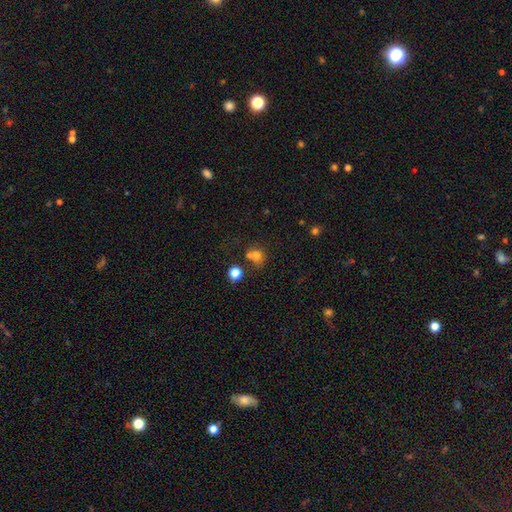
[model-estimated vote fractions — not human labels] smooth-or-featured: smooth: 72% | star or artifact: 17% | featured or disk: 11%
  how-rounded: round: 79% | in between: 20% | cigar-shaped: 1%
  merging: none: 48% | merger: 37% | minor disturbance: 10% | major disturbance: 5%